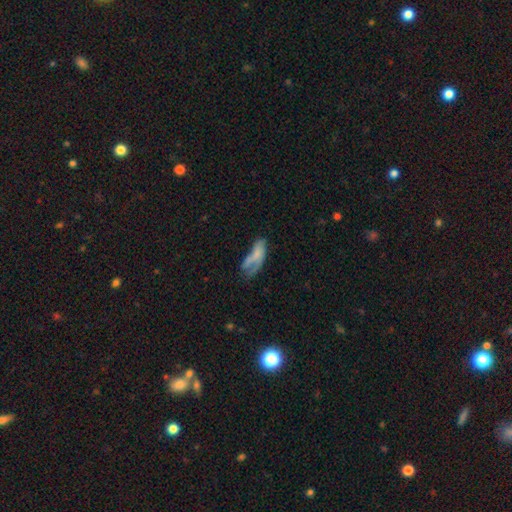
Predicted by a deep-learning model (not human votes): smooth 55%, featured or disk 36%, star or artifact 10%. Down the decision tree: how rounded — in between (73%); merging — major disturbance (38%).